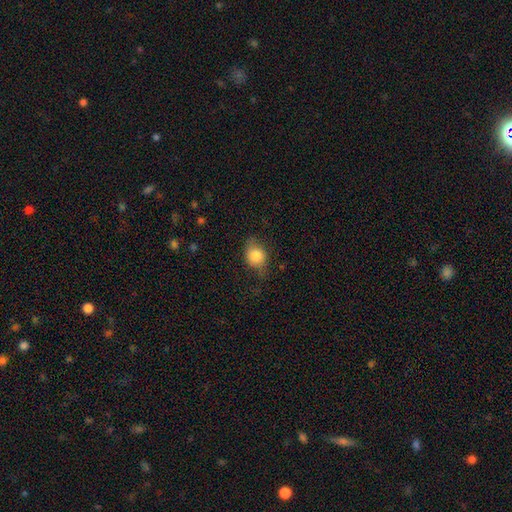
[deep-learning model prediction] A smooth galaxy with no disk features (78%) that is round (51%). Merging: none (60%).